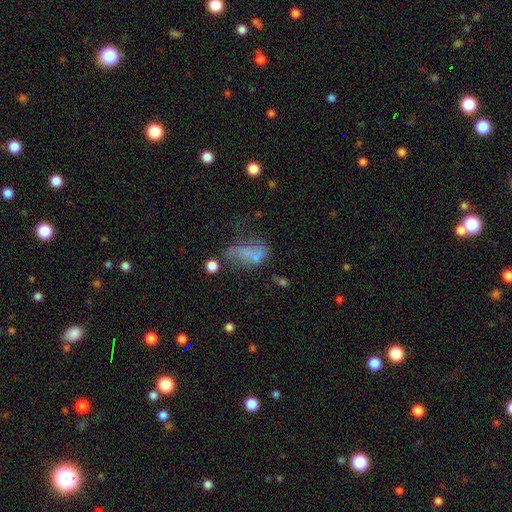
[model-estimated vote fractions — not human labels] A smooth galaxy with no disk features (47%). Merging: major disturbance (34%).